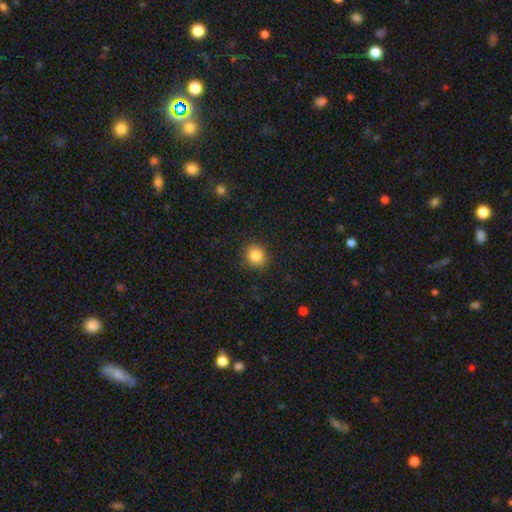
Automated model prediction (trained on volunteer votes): smooth-or-featured: smooth: 85% | star or artifact: 10% | featured or disk: 5%
  how-rounded: round: 84% | in between: 15% | cigar-shaped: 1%
  merging: none: 88% | minor disturbance: 8% | major disturbance: 2% | merger: 1%